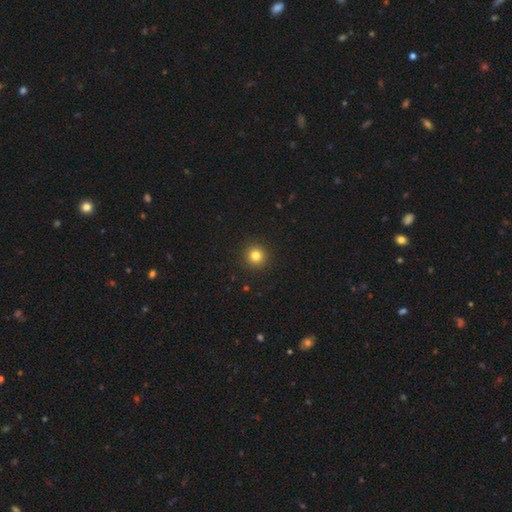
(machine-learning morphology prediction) Smooth or featured: smooth — 82% (star or artifact — 13%)
How rounded: round — 95% (in between — 4%)
Merging: none — 93% (minor disturbance — 5%)